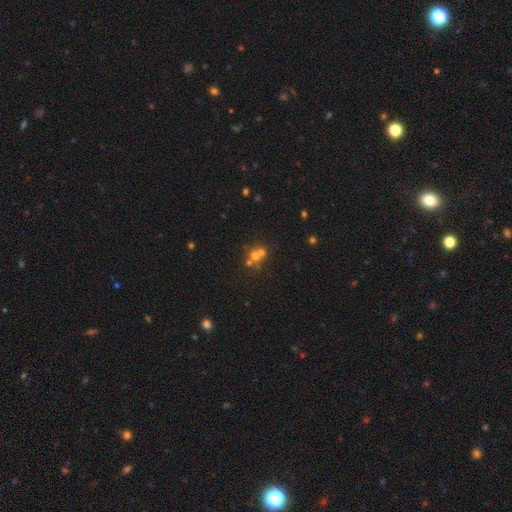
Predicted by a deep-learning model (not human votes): smooth-or-featured: smooth: 51% | star or artifact: 27% | featured or disk: 22%
  how-rounded: round: 81% | in between: 18% | cigar-shaped: 1%
  merging: merger: 49% | none: 41% | minor disturbance: 7% | major disturbance: 4%